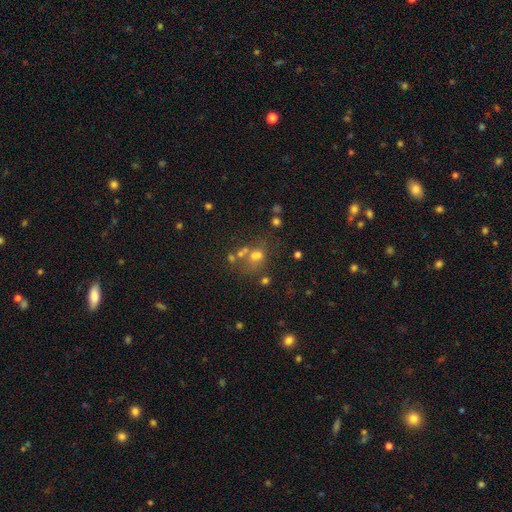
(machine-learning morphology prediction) type=smooth (52%); roundness=round (59%); merging=none (43%).